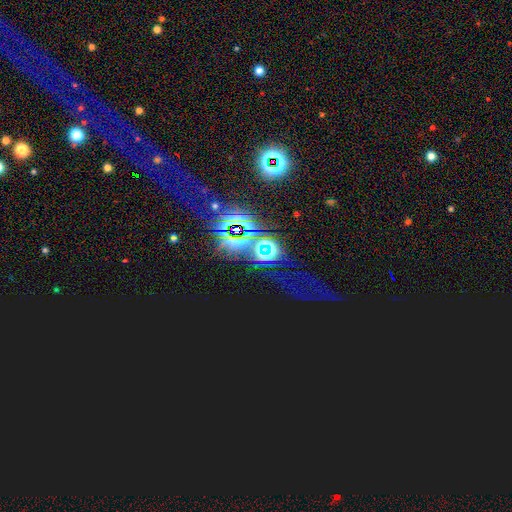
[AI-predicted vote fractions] Smooth or featured? Predicted: star or artifact (p=0.76).